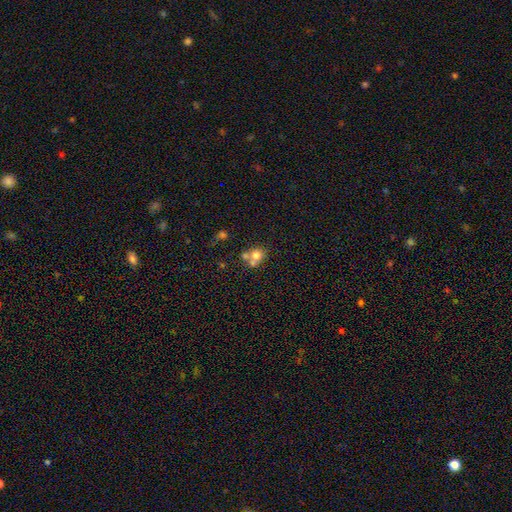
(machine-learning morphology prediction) This is likely a smooth galaxy (68%). How rounded: likely round (70%). Merging: possibly merger (50%).